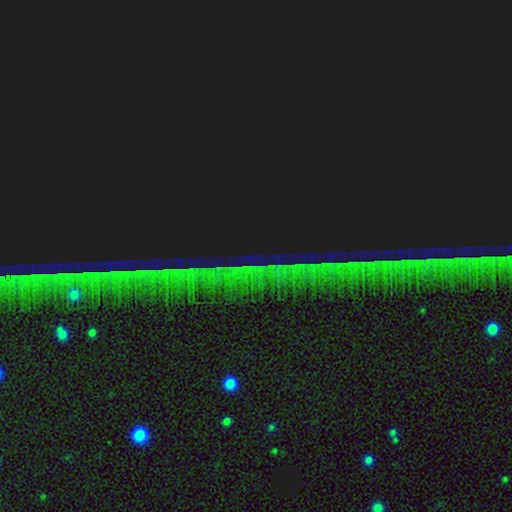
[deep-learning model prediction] smooth-or-featured: star or artifact: 86% | featured or disk: 7% | smooth: 7%